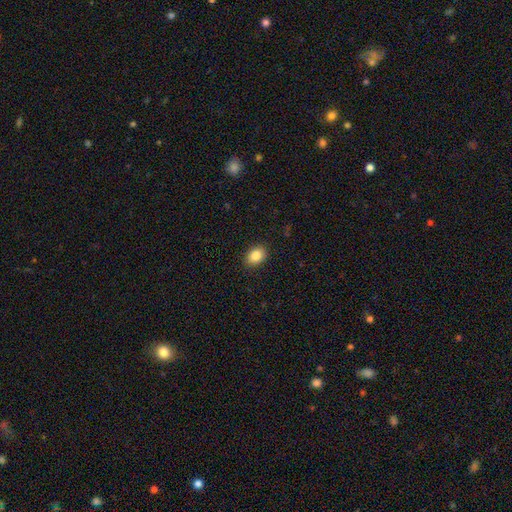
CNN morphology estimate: Overall: smooth (86%). How rounded: in between (78%). Merging: none (90%).